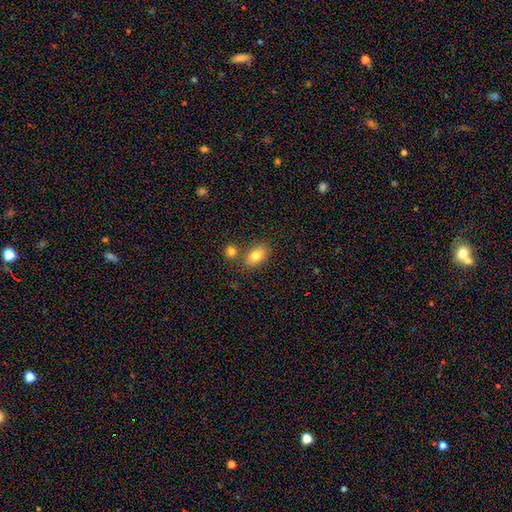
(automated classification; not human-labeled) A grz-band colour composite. It shows a smooth galaxy with no disk features (79%) that is in between round and cigar-shaped (84%). Merging: none (69%).